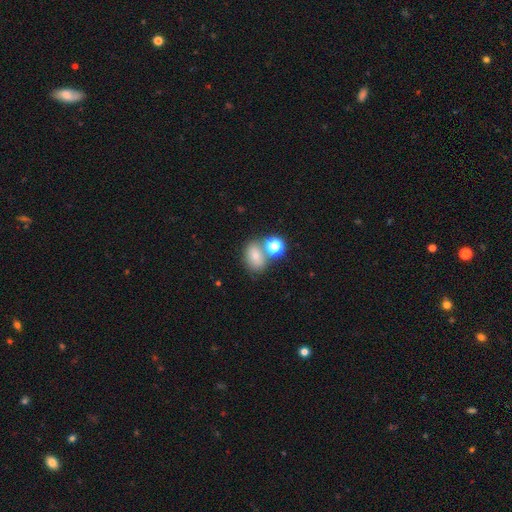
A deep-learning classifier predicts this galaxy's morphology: This appears to be a smooth galaxy with no disk features (74%) that is in between round and cigar-shaped (71%). Merging: none (53%).